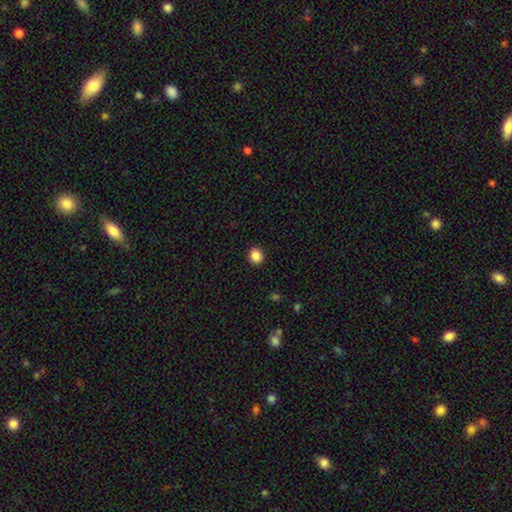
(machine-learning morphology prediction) Q: Smooth or featured?
A: smooth (87%); runner-up: star or artifact (10%)
Q: How rounded?
A: round (70%); runner-up: in between (29%)
Q: Merging?
A: none (92%); runner-up: minor disturbance (6%)